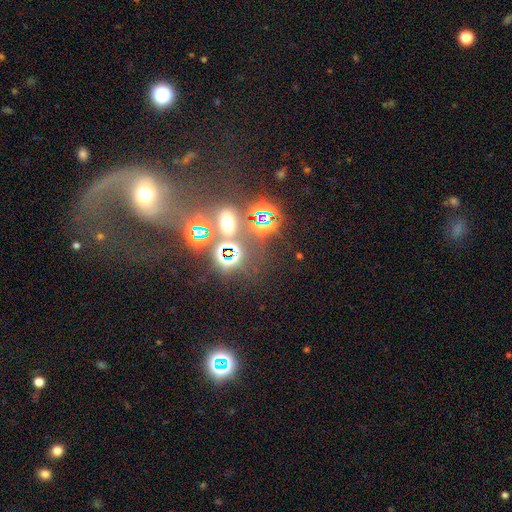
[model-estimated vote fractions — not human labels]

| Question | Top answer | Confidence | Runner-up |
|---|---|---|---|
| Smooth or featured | featured or disk | 47% | star or artifact (29%) |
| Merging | merger | 38% | none (29%) |